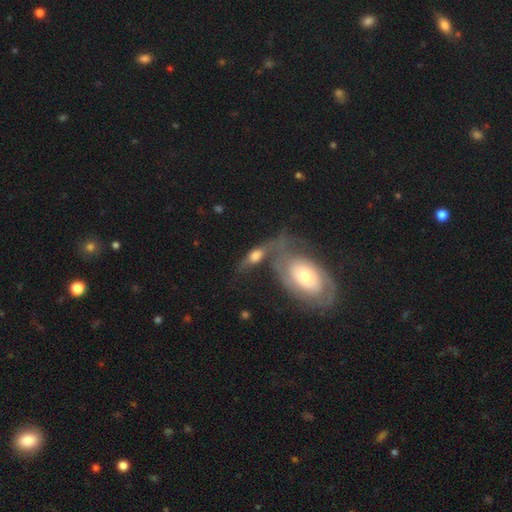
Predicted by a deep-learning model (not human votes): smooth_or_featured: featured or disk (p=0.46) [alt: smooth p=0.44]
merging: merger (p=0.41) [alt: none p=0.28]